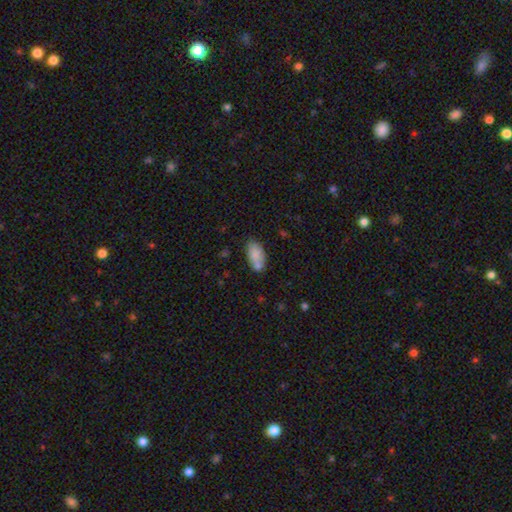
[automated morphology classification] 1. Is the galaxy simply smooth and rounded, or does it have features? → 82% smooth, 10% featured or disk, 8% star or artifact.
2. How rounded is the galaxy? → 92% in between, 4% round, 4% cigar-shaped.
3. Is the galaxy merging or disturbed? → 60% none, 18% minor disturbance, 17% merger, 5% major disturbance.